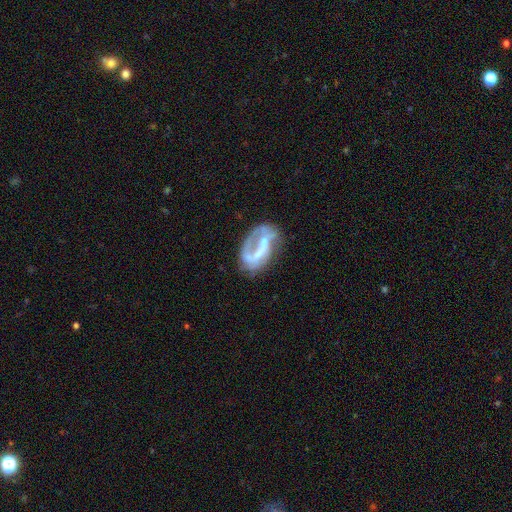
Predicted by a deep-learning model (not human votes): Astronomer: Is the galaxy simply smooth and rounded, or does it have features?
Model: featured or disk — 67%.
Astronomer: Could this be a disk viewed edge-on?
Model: no — 96%.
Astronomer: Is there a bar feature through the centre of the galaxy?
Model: strong — 40% (runner-up: weak, 31%).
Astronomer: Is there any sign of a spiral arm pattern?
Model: yes — 56% (runner-up: no, 44%).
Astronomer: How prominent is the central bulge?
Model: none — 34% (runner-up: small, 29%).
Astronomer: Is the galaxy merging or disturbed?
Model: none — 38% (runner-up: major disturbance, 32%).